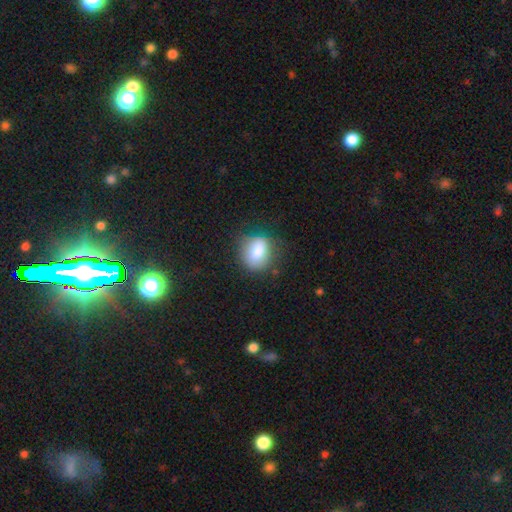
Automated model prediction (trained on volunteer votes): The model was most divided on "how rounded": round: 56%, in between: 42%, cigar-shaped: 1%. More confident: smooth or featured — smooth (80%); merging — none (66%).